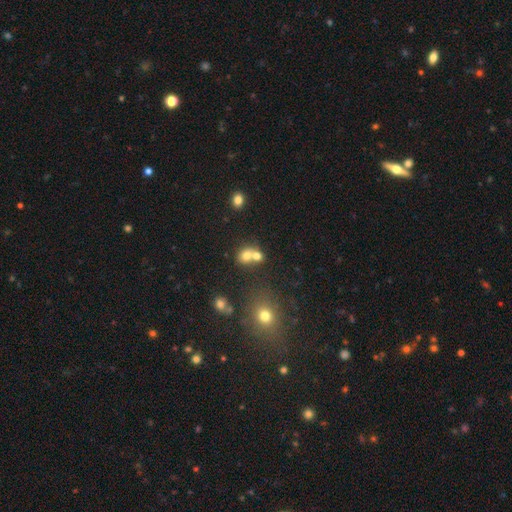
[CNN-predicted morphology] A smooth galaxy with no disk features (71%) that is round (64%).

Vote fractions:
- Smooth or featured? smooth: 71% / featured or disk: 15% / star or artifact: 14%
- How rounded? round: 64% / in between: 35% / cigar-shaped: 1%
- Merging? merger: 56% / none: 33% / minor disturbance: 7% / major disturbance: 4%